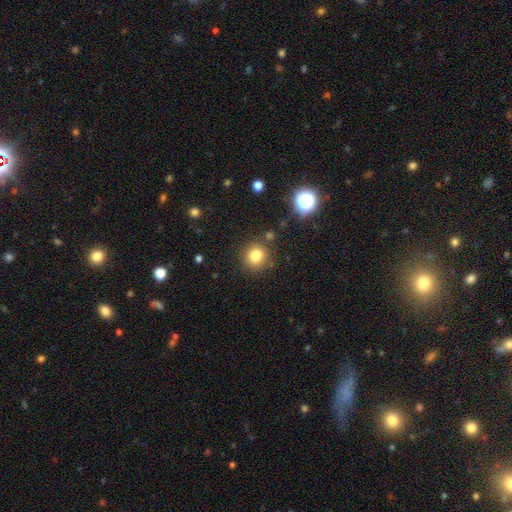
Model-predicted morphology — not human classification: A smooth galaxy with no disk features (80%) that is round (88%).

Vote fractions:
- Smooth or featured? smooth: 80% / star or artifact: 13% / featured or disk: 7%
- How rounded? round: 88% / in between: 12% / cigar-shaped: 1%
- Merging? none: 84% / minor disturbance: 9% / merger: 4% / major disturbance: 3%